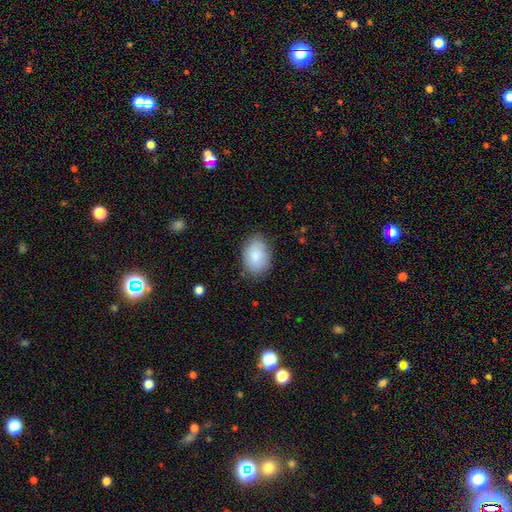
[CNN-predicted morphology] The model was most divided on "merging": none: 81%, minor disturbance: 14%, major disturbance: 3%, merger: 1%. More confident: smooth or featured — smooth (86%); how rounded — in between (83%).